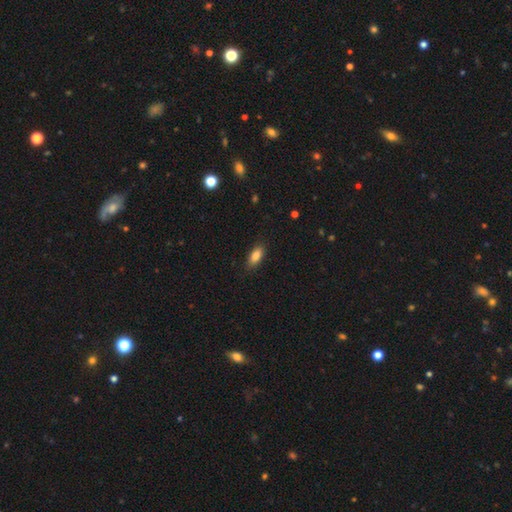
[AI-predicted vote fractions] Overall: smooth (85%). How rounded: in between (83%). Merging: none (85%).